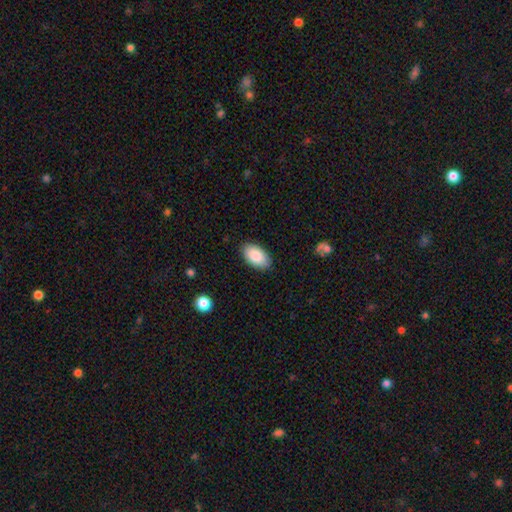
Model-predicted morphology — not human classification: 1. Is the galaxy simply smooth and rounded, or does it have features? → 88% smooth, 6% featured or disk, 6% star or artifact.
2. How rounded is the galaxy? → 96% in between, 3% round, 1% cigar-shaped.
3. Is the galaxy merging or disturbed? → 87% none, 10% minor disturbance, 2% major disturbance, 1% merger.